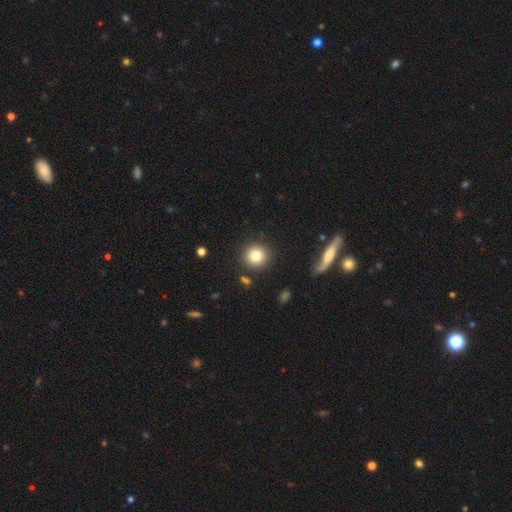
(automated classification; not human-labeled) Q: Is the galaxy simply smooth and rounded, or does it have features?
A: smooth — 82%.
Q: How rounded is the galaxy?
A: round — 92%.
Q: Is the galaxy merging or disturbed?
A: none — 88%.